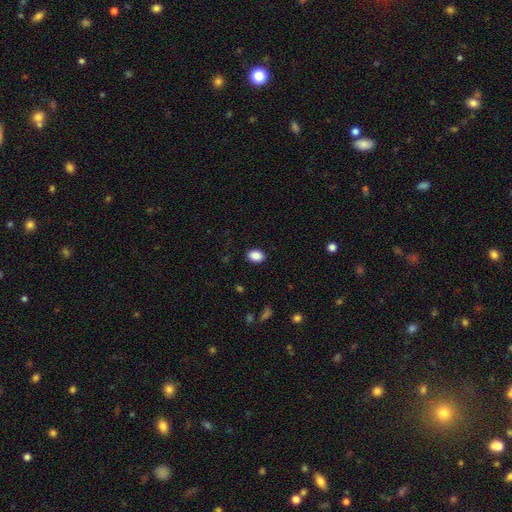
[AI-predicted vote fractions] The model was most divided on "how rounded": in between: 82%, round: 17%, cigar-shaped: 1%. More confident: smooth or featured — smooth (90%); merging — none (89%).